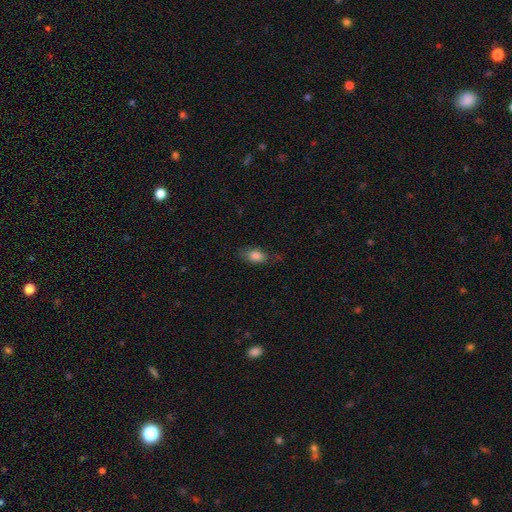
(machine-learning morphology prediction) smooth_or_featured: smooth (p=0.82) [alt: featured or disk p=0.09]
how_rounded: in between (p=0.84) [alt: round p=0.10]
merging: none (p=0.70) [alt: minor disturbance p=0.22]